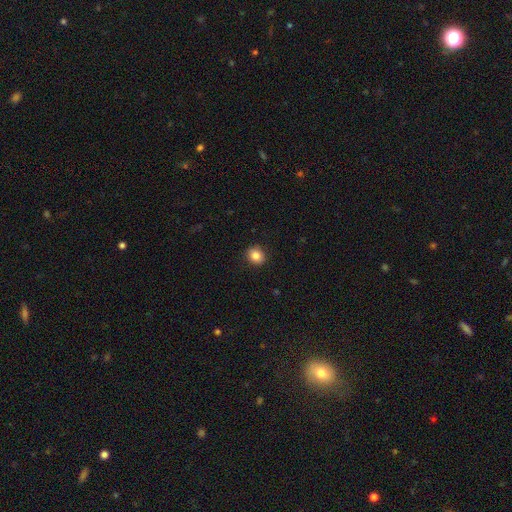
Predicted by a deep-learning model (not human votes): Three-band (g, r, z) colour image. It shows a smooth galaxy with no disk features (85%) that is round (73%). Merging: none (90%).